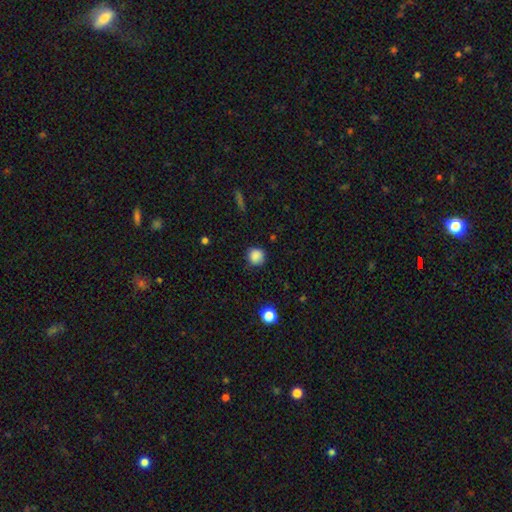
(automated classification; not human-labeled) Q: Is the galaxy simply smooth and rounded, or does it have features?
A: smooth — 86%.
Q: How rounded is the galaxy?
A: round — 91%.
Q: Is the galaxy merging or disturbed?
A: none — 82%.